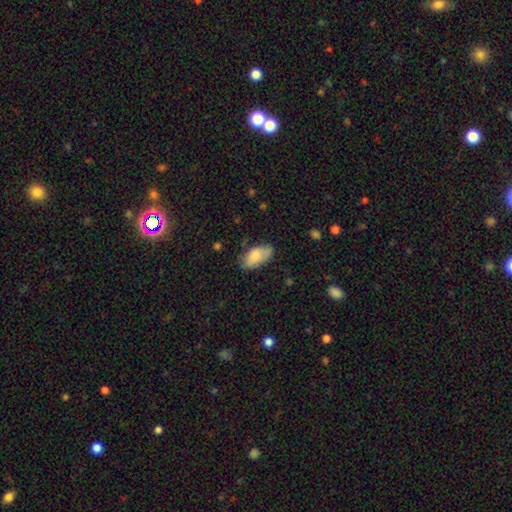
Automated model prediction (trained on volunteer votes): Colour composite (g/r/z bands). It shows a smooth galaxy with no disk features (80%) that is in between round and cigar-shaped (93%). Merging: none (67%).